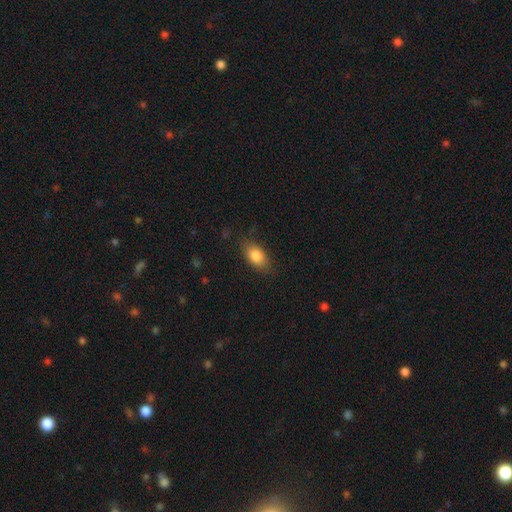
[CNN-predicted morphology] smooth-or-featured: smooth: 83% | featured or disk: 9% | star or artifact: 7%
  how-rounded: in between: 88% | round: 8% | cigar-shaped: 4%
  merging: none: 79% | minor disturbance: 16% | major disturbance: 4% | merger: 1%